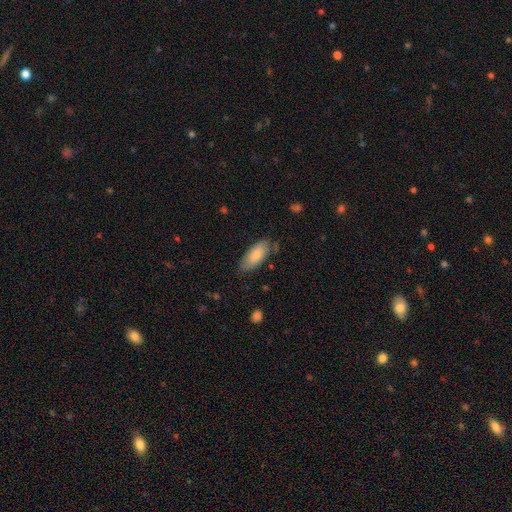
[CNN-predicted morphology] type=smooth (79%); roundness=in between (83%); merging=none (75%).